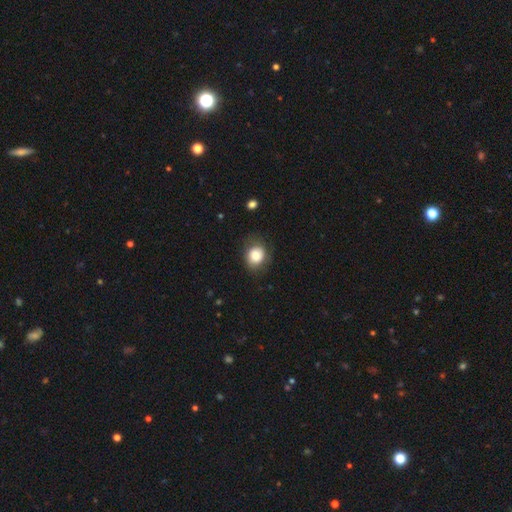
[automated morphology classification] A smooth galaxy with no disk features (79%) that is round (64%).

Vote fractions:
- Smooth or featured? smooth: 79% / featured or disk: 12% / star or artifact: 9%
- How rounded? round: 64% / in between: 35% / cigar-shaped: 1%
- Merging? none: 77% / minor disturbance: 16% / major disturbance: 5% / merger: 1%